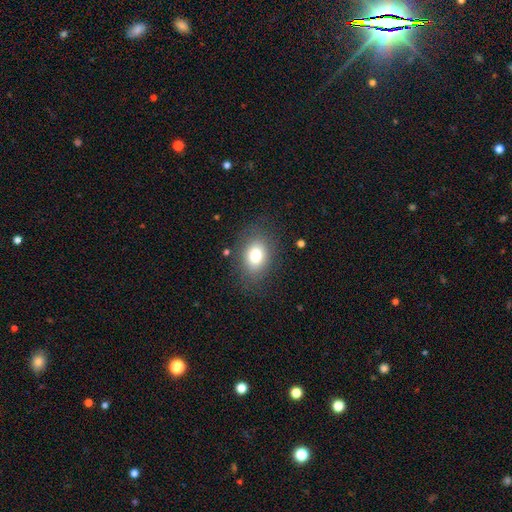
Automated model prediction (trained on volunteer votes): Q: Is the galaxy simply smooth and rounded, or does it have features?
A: smooth — 77%.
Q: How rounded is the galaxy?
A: in between — 70%.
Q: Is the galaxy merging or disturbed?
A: none — 80%.